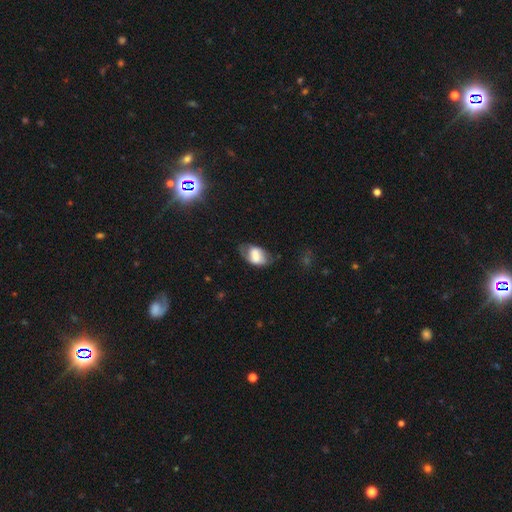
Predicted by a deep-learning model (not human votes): smooth_or_featured: smooth (p=0.62) [alt: featured or disk p=0.30]
how_rounded: in between (p=0.89) [alt: round p=0.09]
merging: none (p=0.52) [alt: minor disturbance p=0.30]